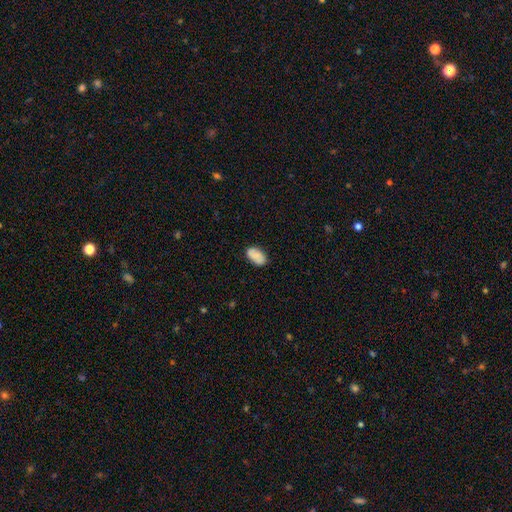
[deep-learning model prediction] smooth 80%, featured or disk 12%, star or artifact 7%. Down the decision tree: how rounded — in between (93%); merging — none (81%).